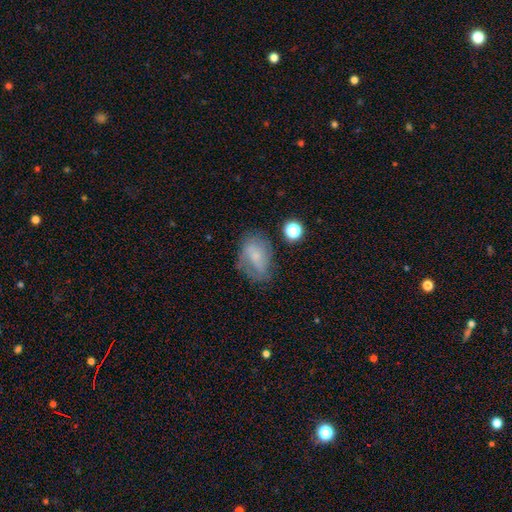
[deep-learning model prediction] Smooth or featured?
  - featured or disk: 50% *
  - smooth: 40%
  - star or artifact: 11%
Merging?
  - none: 54% *
  - minor disturbance: 26%
  - major disturbance: 16%
  - merger: 4%